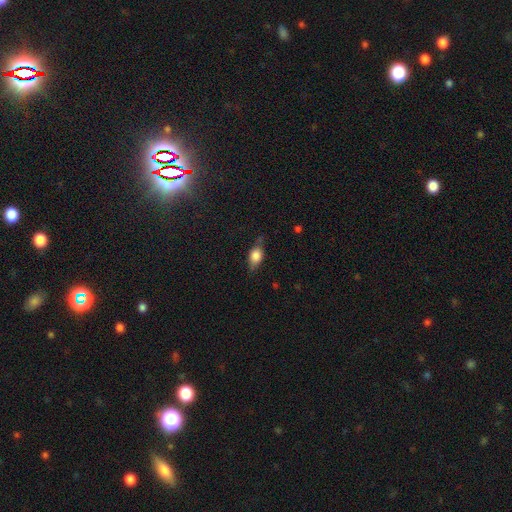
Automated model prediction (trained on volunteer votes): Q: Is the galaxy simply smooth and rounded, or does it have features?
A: smooth — 66%.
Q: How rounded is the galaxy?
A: in between — 73%.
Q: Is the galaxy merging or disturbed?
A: none — 66%.